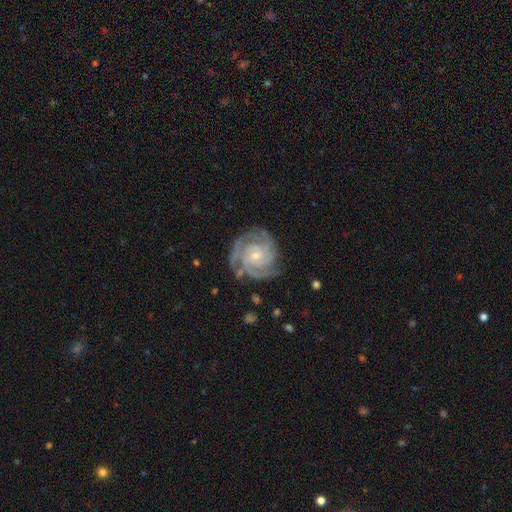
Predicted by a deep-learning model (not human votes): Morphology: type=featured or disk (92%); edge-on=no (98%); bar=no (64%); spiral arms=yes (98%); winding=tight (75%); arm count=3 (42%); bulge=small (72%); merging=none (77%).